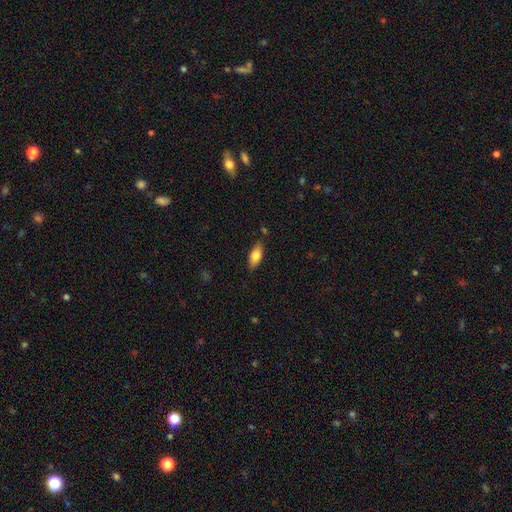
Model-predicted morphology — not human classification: smooth_or_featured: smooth (p=0.76) [alt: featured or disk p=0.17]
how_rounded: in between (p=0.79) [alt: cigar-shaped p=0.18]
merging: none (p=0.83) [alt: minor disturbance p=0.13]